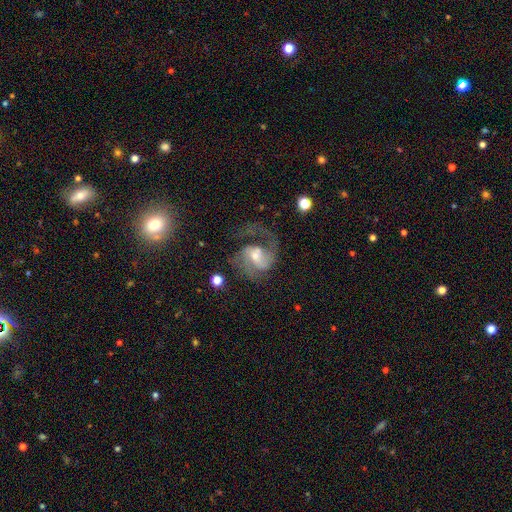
Morphology: type=featured or disk (89%); edge-on=no (100%); bar=no (56%); spiral arms=yes (94%); winding=medium (69%); arm count=2 (88%); bulge=small (53%); merging=none (58%).